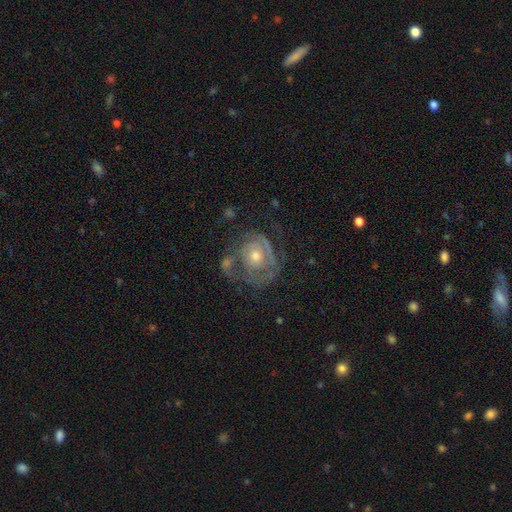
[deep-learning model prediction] Smooth or featured? Predicted: featured or disk (p=0.81). Edge-on disk? Predicted: no (p=0.97). Bar? Predicted: no (p=0.80). Spiral arms? Predicted: yes (p=0.83). Spiral winding? Predicted: tight (p=0.66). Spiral arm count? Predicted: can't tell (p=0.35). Bulge size? Predicted: moderate (p=0.66). Merging? Predicted: none (p=0.51).